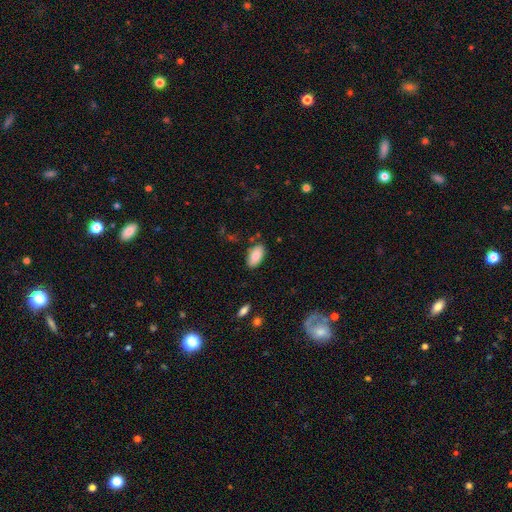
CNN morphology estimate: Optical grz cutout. It shows a smooth galaxy with no disk features (87%) that is in between round and cigar-shaped (94%). Merging: none (83%).